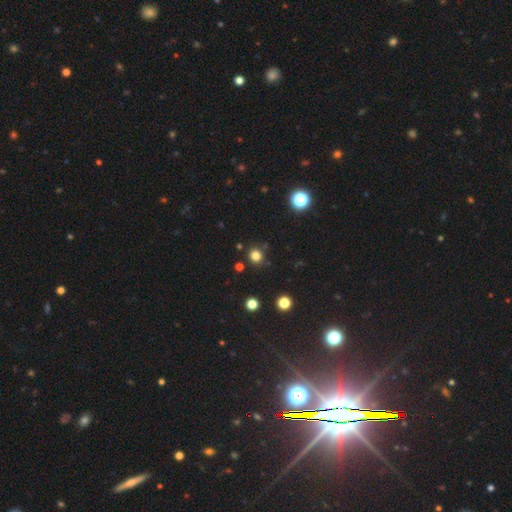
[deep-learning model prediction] Morphology: type=smooth (79%); roundness=round (90%); merging=none (87%).